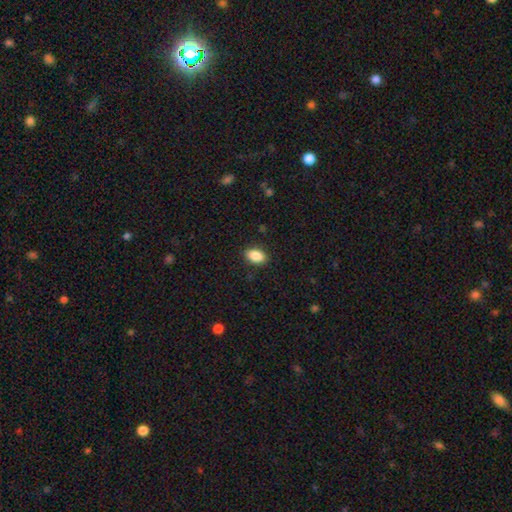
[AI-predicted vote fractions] Smooth or featured?
  - smooth: 88% *
  - star or artifact: 8%
  - featured or disk: 5%
How rounded?
  - in between: 90% *
  - round: 8%
  - cigar-shaped: 2%
Merging?
  - none: 88% *
  - minor disturbance: 9%
  - major disturbance: 2%
  - merger: 1%